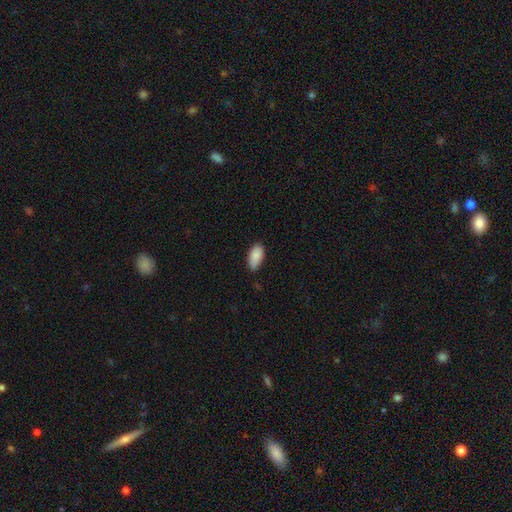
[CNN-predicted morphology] Overall: smooth (88%). How rounded: in between (93%). Merging: none (73%).